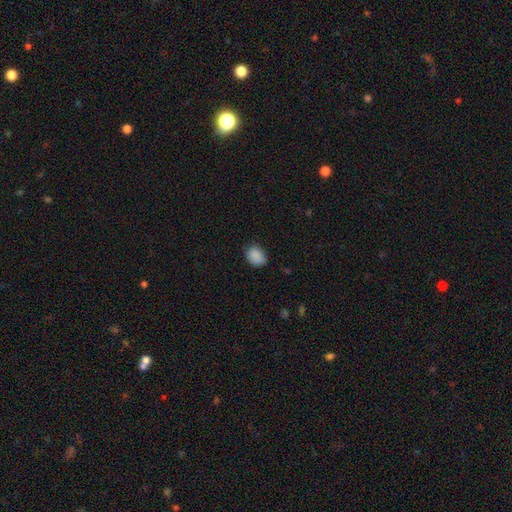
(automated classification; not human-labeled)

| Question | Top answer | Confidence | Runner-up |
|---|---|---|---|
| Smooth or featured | smooth | 88% | star or artifact (8%) |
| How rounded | in between | 64% | round (35%) |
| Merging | none | 73% | minor disturbance (23%) |